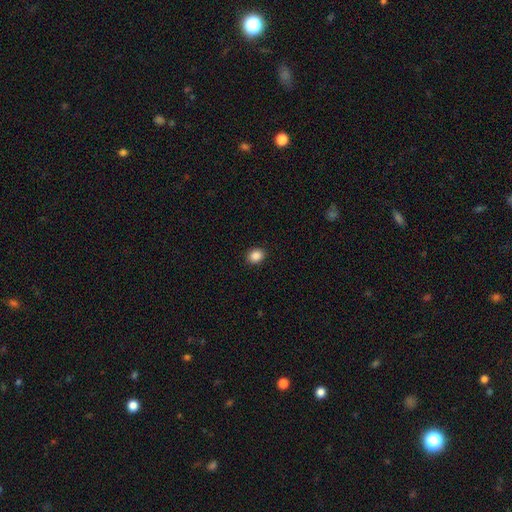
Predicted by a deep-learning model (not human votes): This appears to be a smooth galaxy with no disk features (88%) that is round (53%). Merging: none (91%).